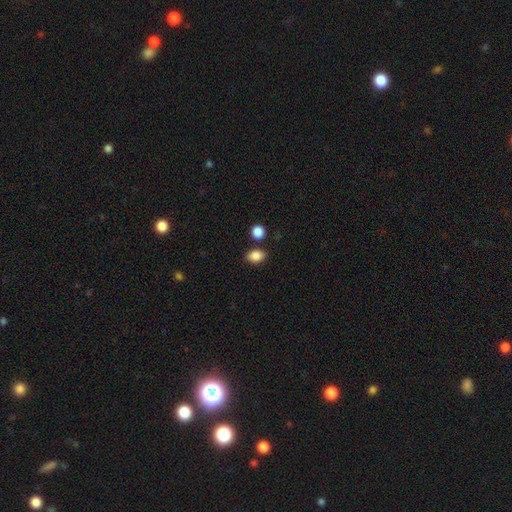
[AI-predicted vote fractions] smooth-or-featured: smooth: 87% | star or artifact: 9% | featured or disk: 4%
  how-rounded: in between: 73% | round: 26% | cigar-shaped: 1%
  merging: none: 79% | minor disturbance: 11% | merger: 7% | major disturbance: 3%